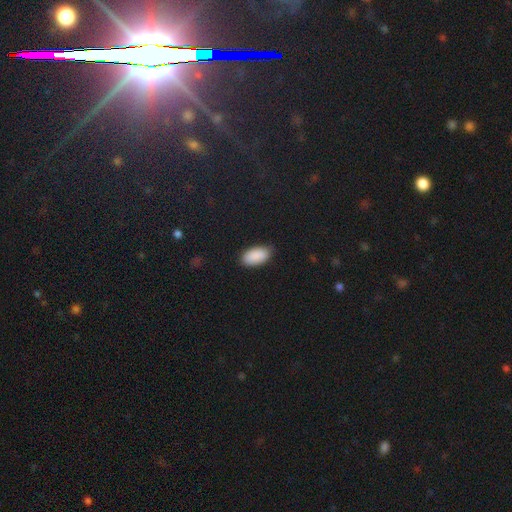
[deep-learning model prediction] Smooth or featured? smooth (90%)
How rounded? in between (95%)
Merging? none (82%)